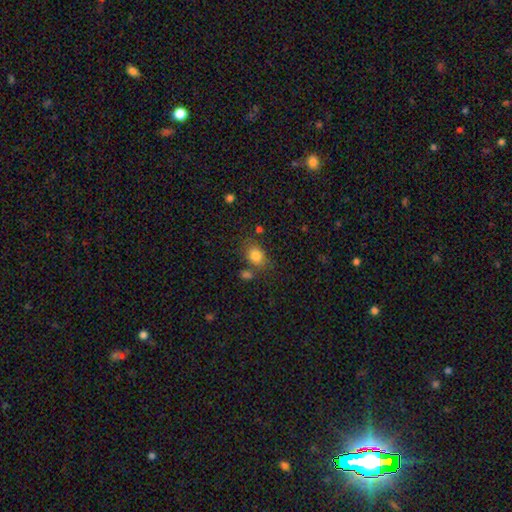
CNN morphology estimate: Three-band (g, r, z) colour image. It shows a smooth galaxy with no disk features (81%) that is in between round and cigar-shaped (54%). Merging: none (68%).